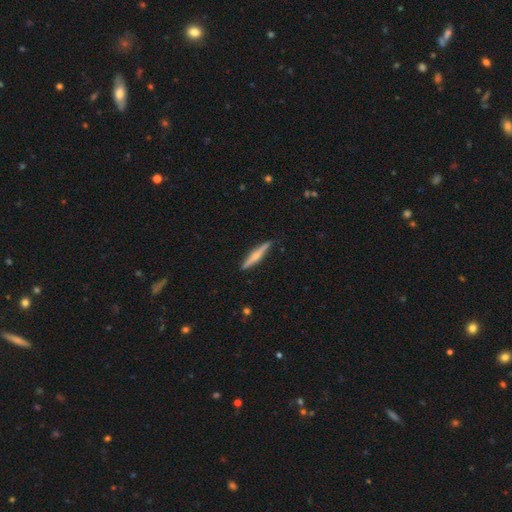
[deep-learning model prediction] Smooth or featured? featured or disk (58%)
Edge-on disk? yes (97%)
Edge-on bulge? rounded (77%)
Merging? none (87%)